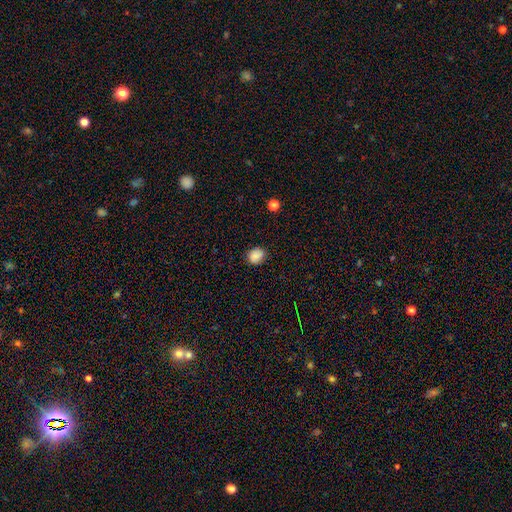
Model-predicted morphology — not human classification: A smooth galaxy with no disk features (86%) that is round (61%).

Vote fractions:
- Smooth or featured? smooth: 86% / star or artifact: 10% / featured or disk: 4%
- How rounded? round: 61% / in between: 38% / cigar-shaped: 1%
- Merging? none: 84% / minor disturbance: 12% / major disturbance: 3% / merger: 1%